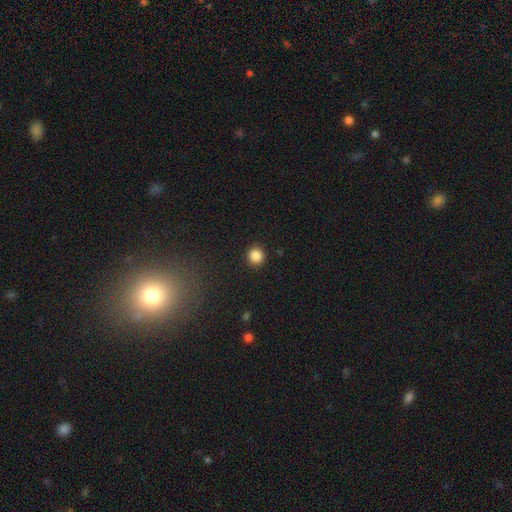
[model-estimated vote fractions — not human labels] Smooth or featured: smooth — 86% (star or artifact — 10%)
How rounded: round — 93% (in between — 6%)
Merging: none — 92% (minor disturbance — 5%)